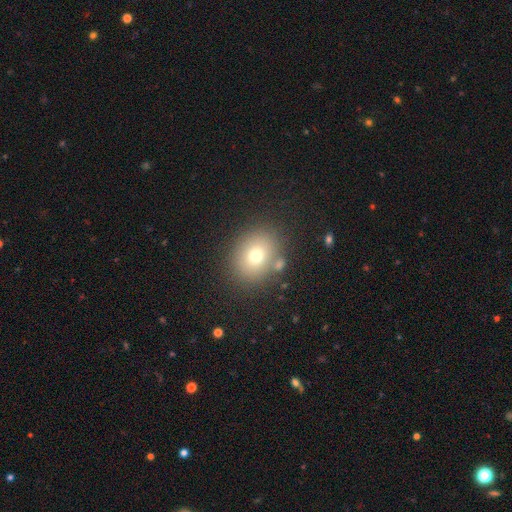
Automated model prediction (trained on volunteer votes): A smooth galaxy with no disk features (73%) that is round (57%).

Vote fractions:
- Smooth or featured? smooth: 73% / star or artifact: 14% / featured or disk: 13%
- How rounded? round: 57% / in between: 42% / cigar-shaped: 1%
- Merging? none: 79% / minor disturbance: 10% / merger: 7% / major disturbance: 3%